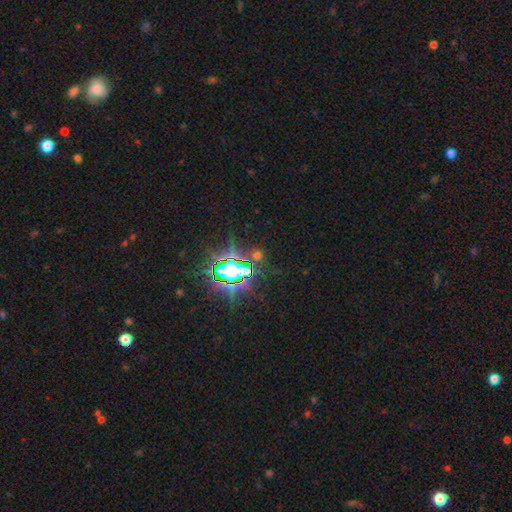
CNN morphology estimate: Smooth or featured?
  - star or artifact: 79% *
  - smooth: 12%
  - featured or disk: 9%